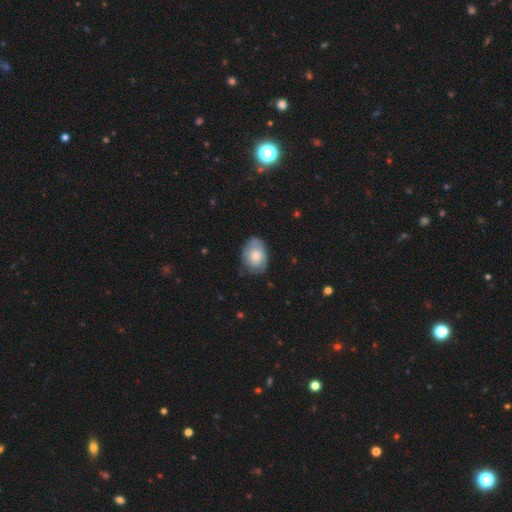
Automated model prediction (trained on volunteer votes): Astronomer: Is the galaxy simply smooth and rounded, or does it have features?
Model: smooth — 61%.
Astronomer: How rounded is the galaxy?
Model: in between — 77%.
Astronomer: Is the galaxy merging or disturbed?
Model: none — 69%.